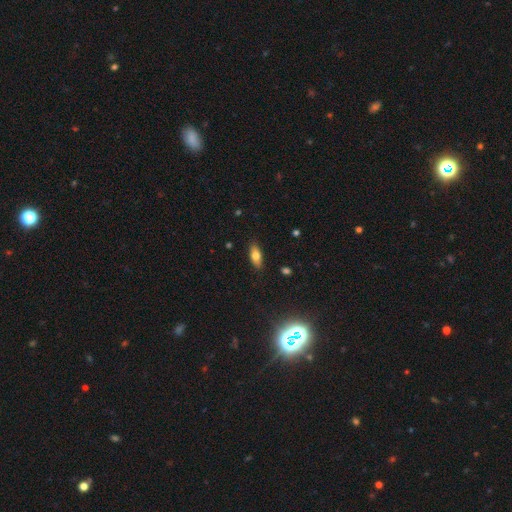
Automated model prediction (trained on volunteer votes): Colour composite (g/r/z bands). It shows a smooth galaxy with no disk features (73%) that is in between round and cigar-shaped (79%). Merging: none (87%).